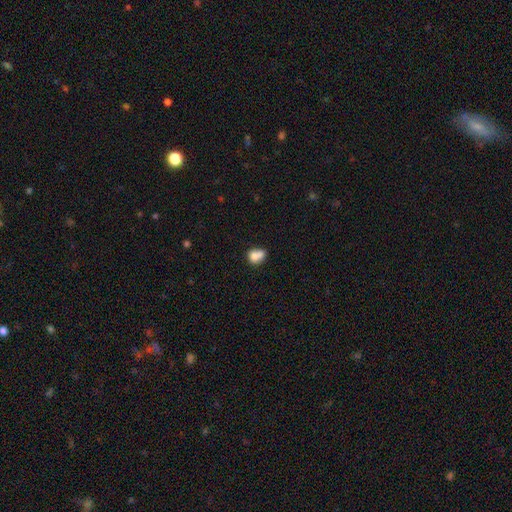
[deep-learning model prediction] Smooth or featured: smooth — 75% (featured or disk — 15%)
How rounded: round — 50% (in between — 49%)
Merging: merger — 50% (none — 30%)